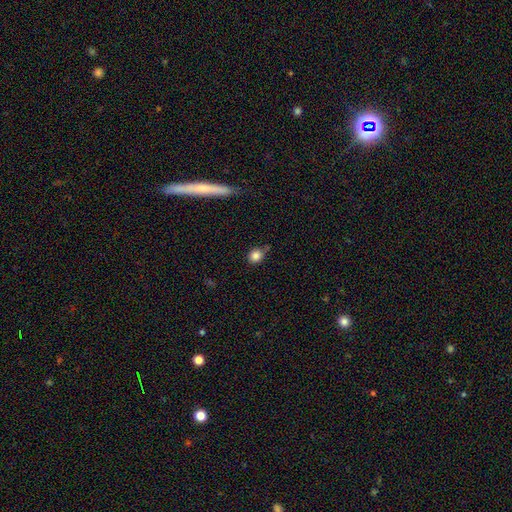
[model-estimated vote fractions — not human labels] A smooth galaxy with no disk features (84%) that is round (66%).

Vote fractions:
- Smooth or featured? smooth: 84% / star or artifact: 10% / featured or disk: 6%
- How rounded? round: 66% / in between: 32% / cigar-shaped: 2%
- Merging? none: 67% / minor disturbance: 21% / merger: 7% / major disturbance: 5%